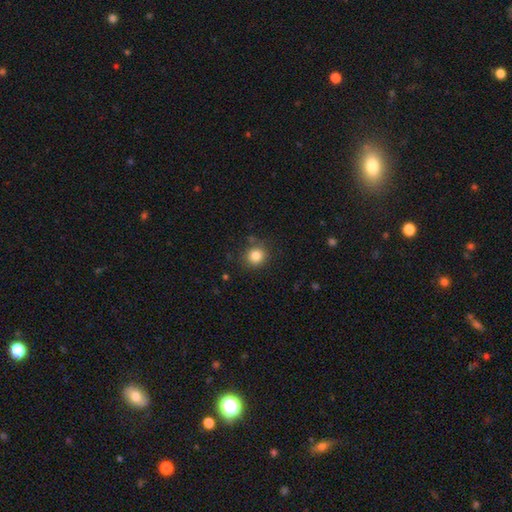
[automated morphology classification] Q: Smooth or featured?
A: smooth (84%); runner-up: star or artifact (11%)
Q: How rounded?
A: round (89%); runner-up: in between (10%)
Q: Merging?
A: none (83%); runner-up: minor disturbance (11%)